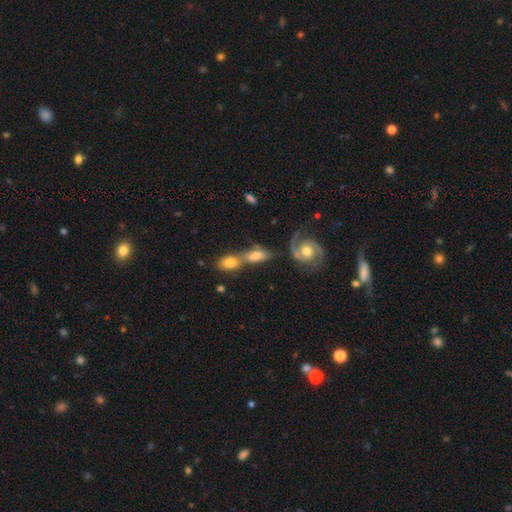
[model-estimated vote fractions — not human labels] Smooth or featured: smooth — 54% (featured or disk — 38%)
How rounded: in between — 77% (cigar-shaped — 16%)
Merging: merger — 62% (none — 23%)